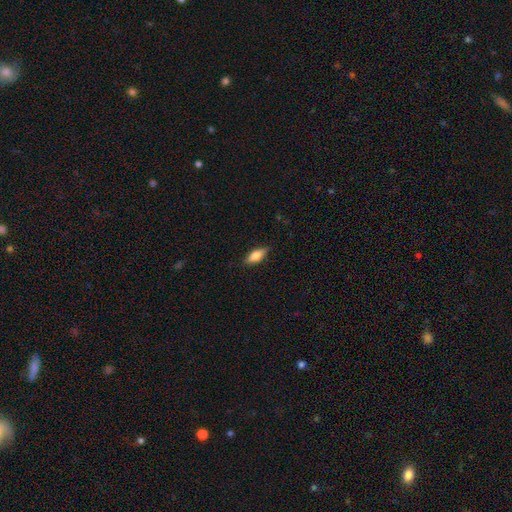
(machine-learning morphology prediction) smooth_or_featured: smooth (p=0.72) [alt: featured or disk p=0.22]
how_rounded: in between (p=0.75) [alt: cigar-shaped p=0.22]
merging: none (p=0.85) [alt: minor disturbance p=0.12]